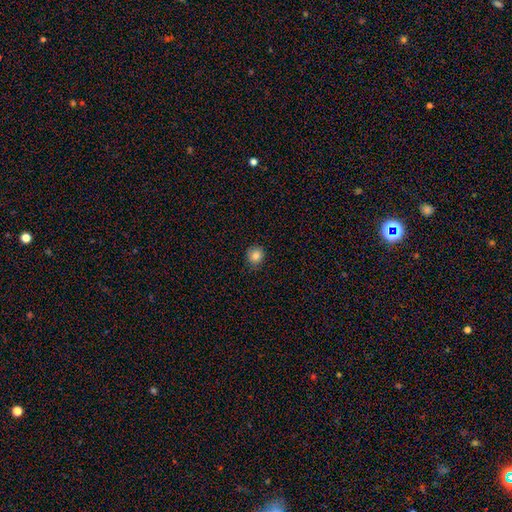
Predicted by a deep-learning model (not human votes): Smooth or featured? smooth (84%)
How rounded? round (79%)
Merging? none (84%)